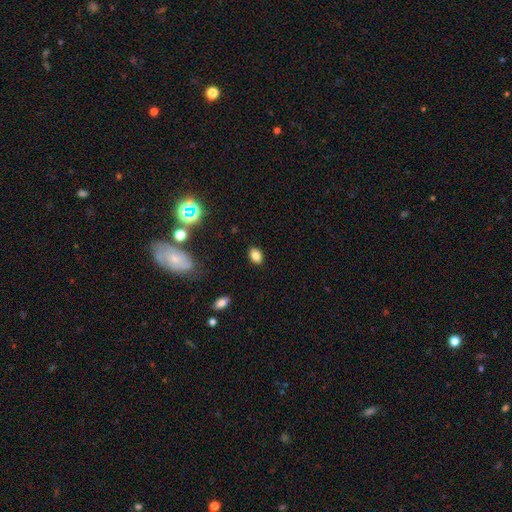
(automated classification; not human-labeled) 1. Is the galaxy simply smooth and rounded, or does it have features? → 82% smooth, 12% star or artifact, 7% featured or disk.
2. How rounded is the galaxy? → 77% in between, 22% round, 1% cigar-shaped.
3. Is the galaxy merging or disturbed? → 87% none, 9% minor disturbance, 2% major disturbance, 1% merger.